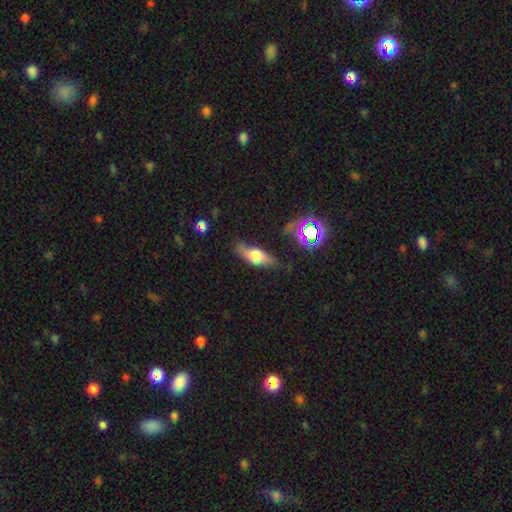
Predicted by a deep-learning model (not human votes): A smooth galaxy with no disk features (50%) that is in between round and cigar-shaped (67%).

Vote fractions:
- Smooth or featured? smooth: 50% / featured or disk: 39% / star or artifact: 10%
- How rounded? in between: 67% / cigar-shaped: 28% / round: 5%
- Merging? none: 64% / minor disturbance: 26% / major disturbance: 7% / merger: 3%